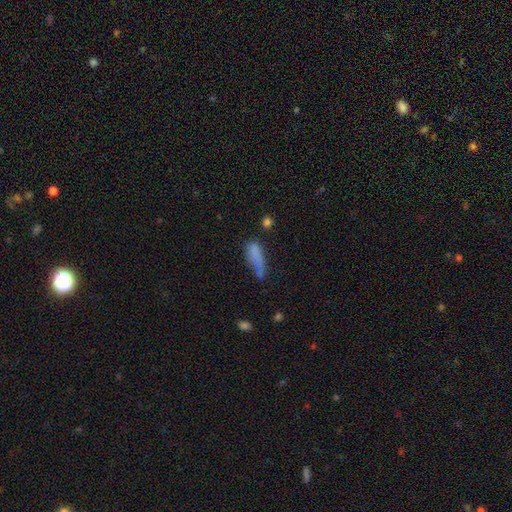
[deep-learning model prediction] This appears to be a smooth galaxy with no disk features (73%) that is cigar-shaped (58%). Merging: none (38%).